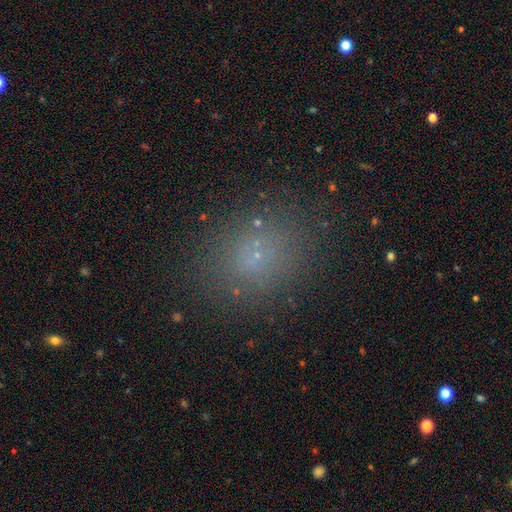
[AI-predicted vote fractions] smooth_or_featured: smooth (p=0.67) [alt: star or artifact p=0.23]
how_rounded: round (p=0.57) [alt: in between p=0.42]
merging: none (p=0.83) [alt: minor disturbance p=0.11]